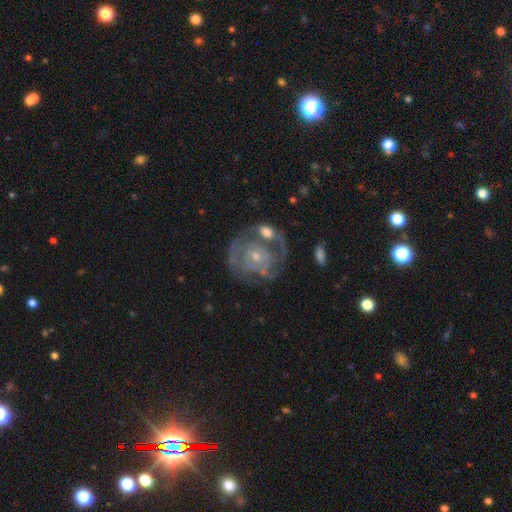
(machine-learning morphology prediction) A featured or disk galaxy (78%) with no bar (80%), tight (66%) spiral arms (77%) and a small central bulge (63%).

Vote fractions:
- Smooth or featured? featured or disk: 78% / smooth: 15% / star or artifact: 7%
- Edge-on disk? no: 97% / yes: 3%
- Bar? no: 80% / weak: 16% / strong: 4%
- Spiral arms? yes: 77% / no: 23%
- Spiral winding? tight: 66% / medium: 25% / loose: 9%
- Spiral arm count? can't tell: 46% / 2: 24% / 3: 14% / 1: 7% / 4: 5% / more than 4: 4%
- Bulge size? small: 63% / moderate: 31% / none: 2% / large: 2% / dominant: 1%
- Merging? none: 47% / merger: 27% / minor disturbance: 15% / major disturbance: 12%